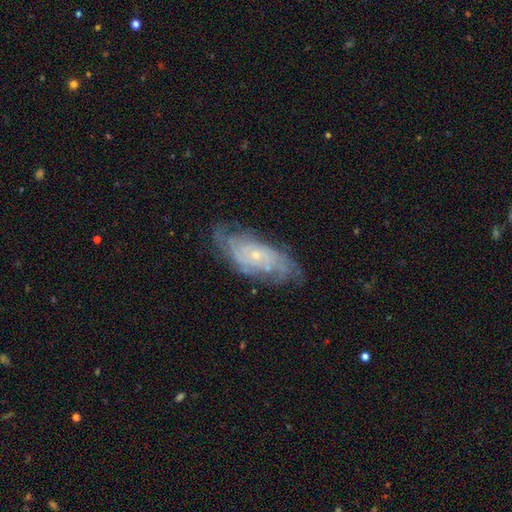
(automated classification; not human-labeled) This is clearly a featured or disk galaxy (80%). It is clearly not viewed edge-on (91%). Bar: likely no (76%). Spiral arm pattern: clearly yes (93%). Spiral arm count: marginally can't tell (42%). Spiral winding: likely tight (62%). Central bulge: likely small (79%). Merging: likely none (72%).